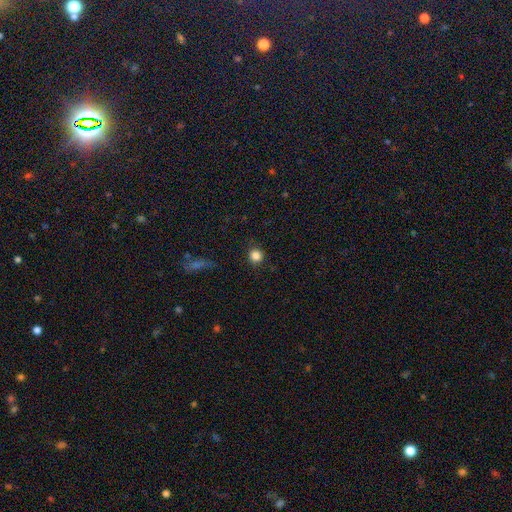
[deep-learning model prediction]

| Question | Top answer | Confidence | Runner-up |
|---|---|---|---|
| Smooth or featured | smooth | 84% | star or artifact (11%) |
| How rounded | round | 93% | in between (6%) |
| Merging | none | 90% | minor disturbance (7%) |